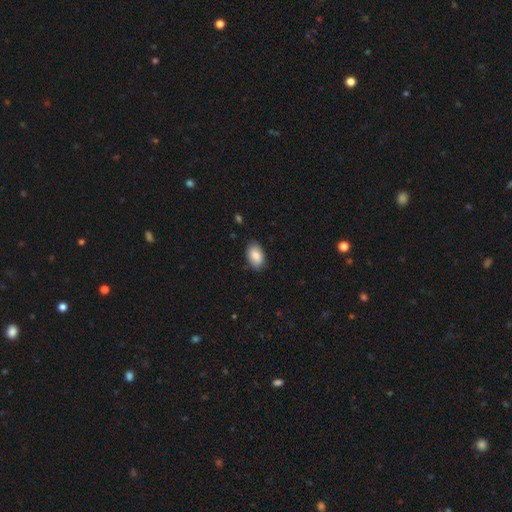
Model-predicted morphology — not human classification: A smooth galaxy with no disk features (84%) that is in between round and cigar-shaped (92%).

Vote fractions:
- Smooth or featured? smooth: 84% / featured or disk: 9% / star or artifact: 7%
- How rounded? in between: 92% / round: 7% / cigar-shaped: 1%
- Merging? none: 84% / minor disturbance: 13% / major disturbance: 2% / merger: 1%